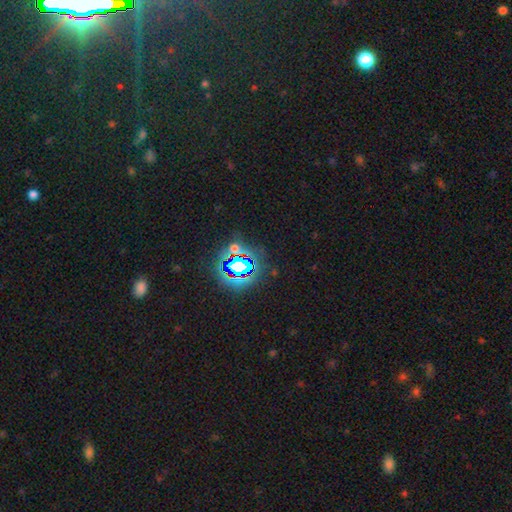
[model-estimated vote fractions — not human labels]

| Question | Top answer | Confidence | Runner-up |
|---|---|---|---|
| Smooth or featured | star or artifact | 80% | smooth (12%) |